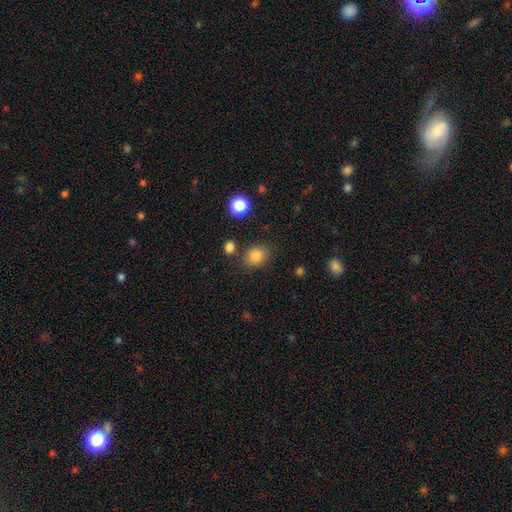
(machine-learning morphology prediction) This is clearly a smooth galaxy (83%). How rounded: possibly round (50%). Merging: likely none (79%).